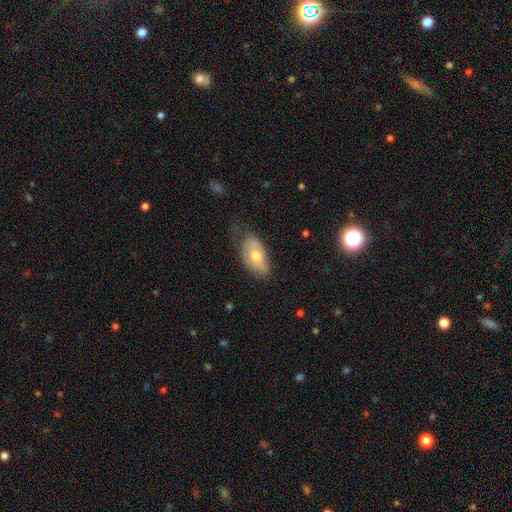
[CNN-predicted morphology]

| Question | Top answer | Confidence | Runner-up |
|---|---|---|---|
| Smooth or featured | smooth | 53% | featured or disk (39%) |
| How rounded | in between | 91% | cigar-shaped (5%) |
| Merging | none | 50% | minor disturbance (35%) |